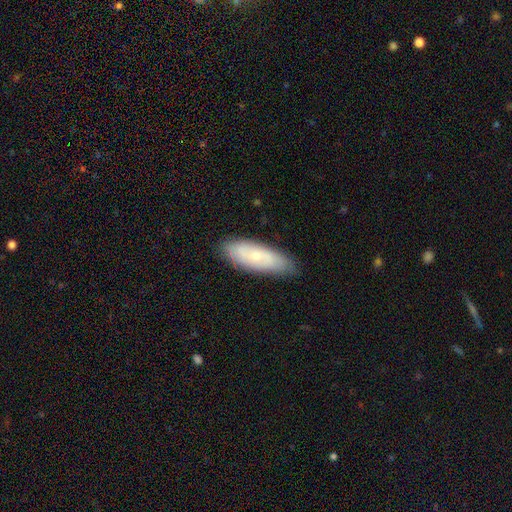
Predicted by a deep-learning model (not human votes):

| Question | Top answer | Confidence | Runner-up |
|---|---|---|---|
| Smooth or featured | smooth | 55% | featured or disk (38%) |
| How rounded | in between | 66% | cigar-shaped (32%) |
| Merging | none | 81% | minor disturbance (15%) |